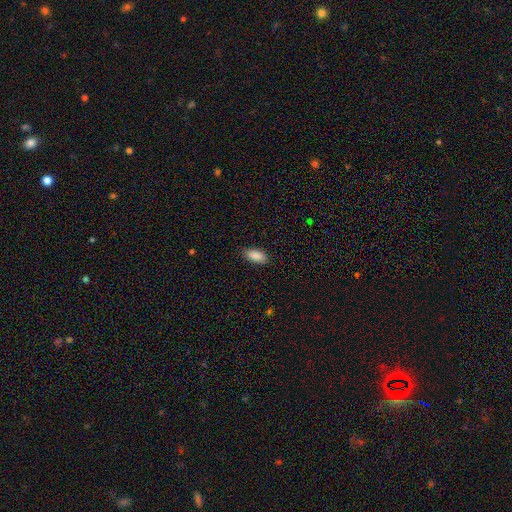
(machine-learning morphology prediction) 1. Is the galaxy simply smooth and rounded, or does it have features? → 89% smooth, 7% star or artifact, 4% featured or disk.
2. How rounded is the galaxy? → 90% in between, 8% cigar-shaped, 2% round.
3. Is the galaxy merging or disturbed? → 87% none, 10% minor disturbance, 2% major disturbance, 1% merger.